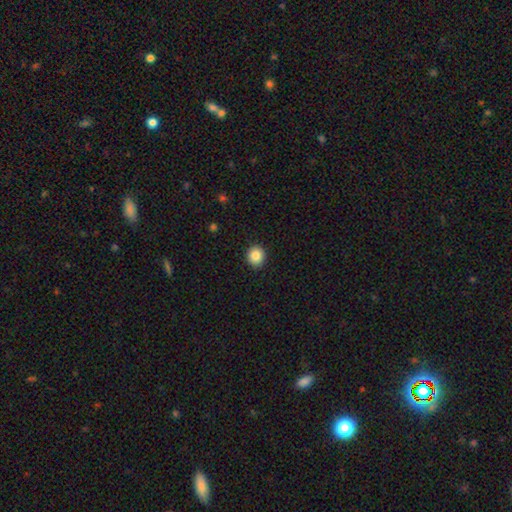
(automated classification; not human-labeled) This is clearly a smooth galaxy (86%). How rounded: clearly round (87%). Merging: clearly none (92%).